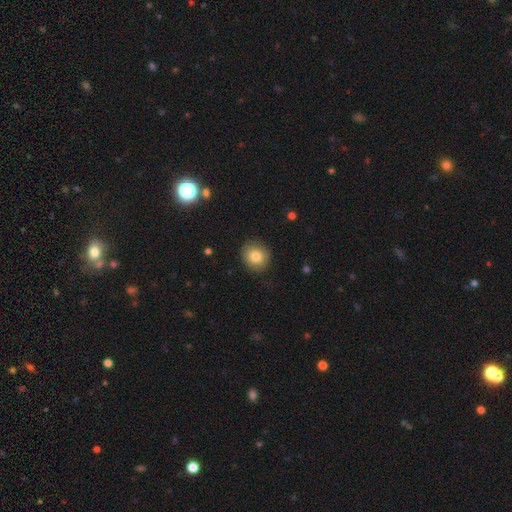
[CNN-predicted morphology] type=smooth (81%); roundness=round (84%); merging=none (86%).